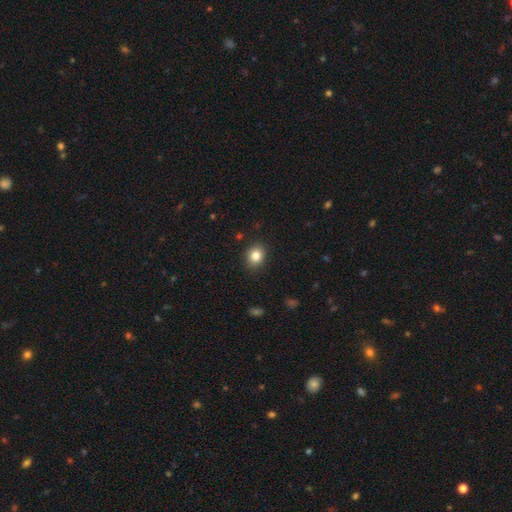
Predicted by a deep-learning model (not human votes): A smooth galaxy with no disk features (83%) that is round (62%). Merging: none (88%).